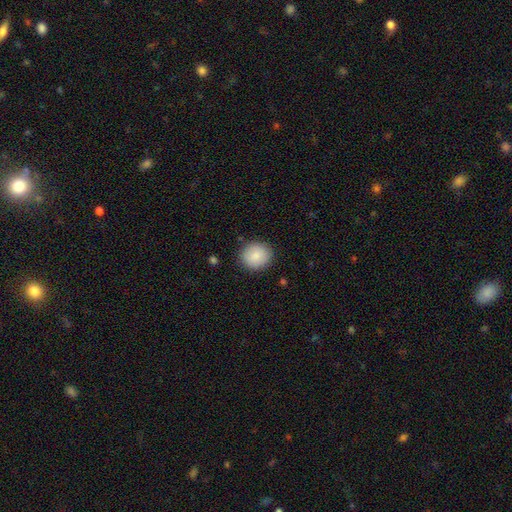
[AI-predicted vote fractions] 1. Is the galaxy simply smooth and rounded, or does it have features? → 87% smooth, 7% star or artifact, 6% featured or disk.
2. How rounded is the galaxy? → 82% round, 17% in between, 1% cigar-shaped.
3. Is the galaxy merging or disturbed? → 88% none, 8% minor disturbance, 2% major disturbance, 1% merger.